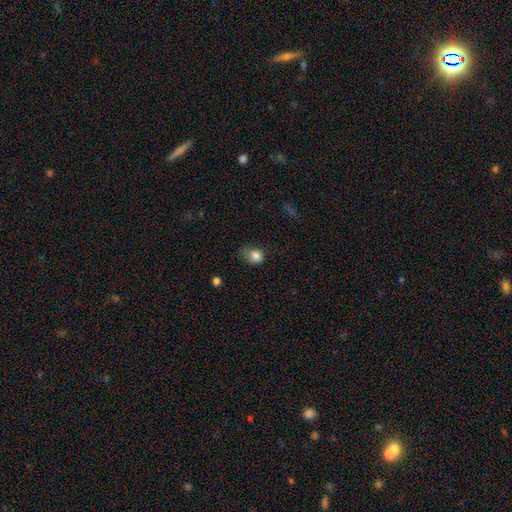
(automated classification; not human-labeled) A smooth galaxy with no disk features (81%) that is round (53%). Merging: minor disturbance (39%).